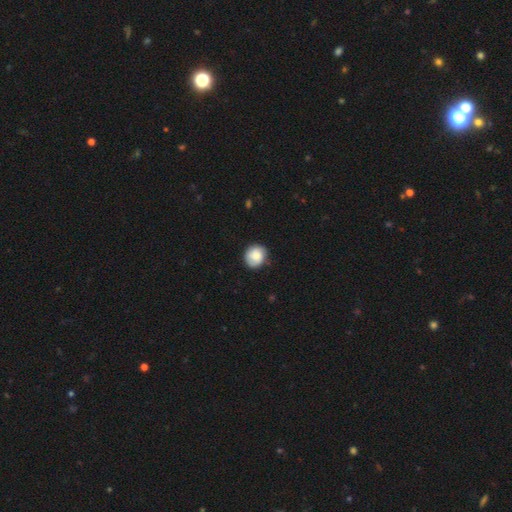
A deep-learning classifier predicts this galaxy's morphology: A smooth galaxy with no disk features (79%) that is round (82%). Merging: none (79%).